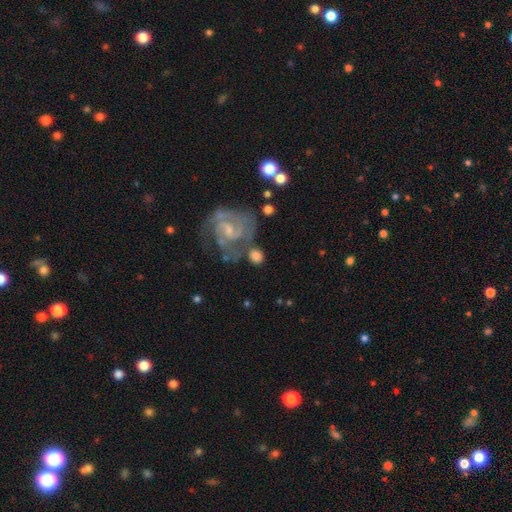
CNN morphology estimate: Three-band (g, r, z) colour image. It shows a smooth galaxy with no disk features (50%). Merging: none (60%).